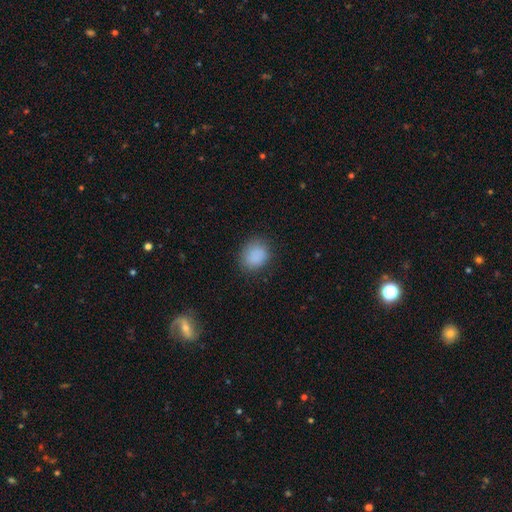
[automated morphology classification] Smooth or featured?
  - smooth: 87% *
  - star or artifact: 9%
  - featured or disk: 4%
How rounded?
  - round: 63% *
  - in between: 36%
  - cigar-shaped: 1%
Merging?
  - none: 82% *
  - minor disturbance: 13%
  - major disturbance: 4%
  - merger: 1%